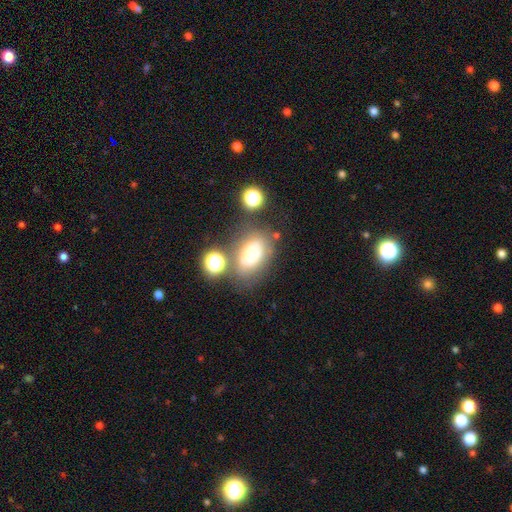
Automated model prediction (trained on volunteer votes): This appears to be a smooth galaxy with no disk features (64%) that is in between round and cigar-shaped (81%). Merging: none (60%).